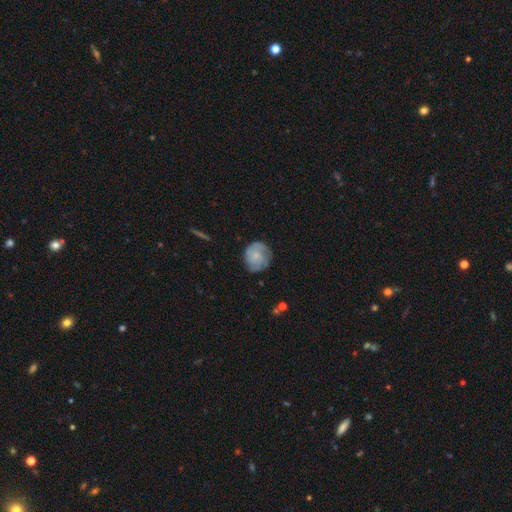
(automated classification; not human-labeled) This is possibly a featured or disk galaxy (54%). It is clearly not viewed edge-on (98%). Bar: likely no (80%). Spiral arm pattern: clearly yes (87%). Central bulge: likely small (64%). Merging: likely none (73%).